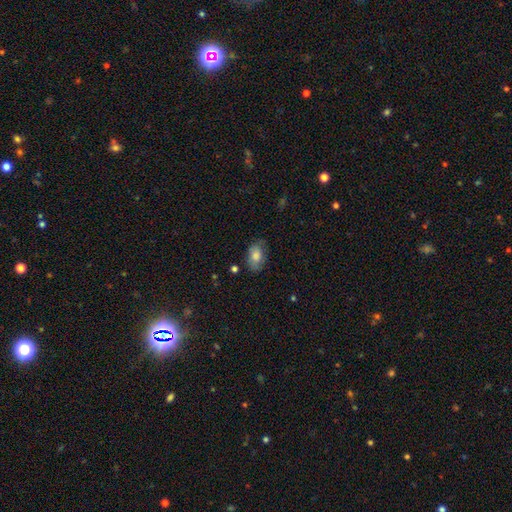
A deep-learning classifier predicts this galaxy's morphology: This is likely a smooth galaxy (78%). How rounded: clearly in between (90%). Merging: likely none (73%).